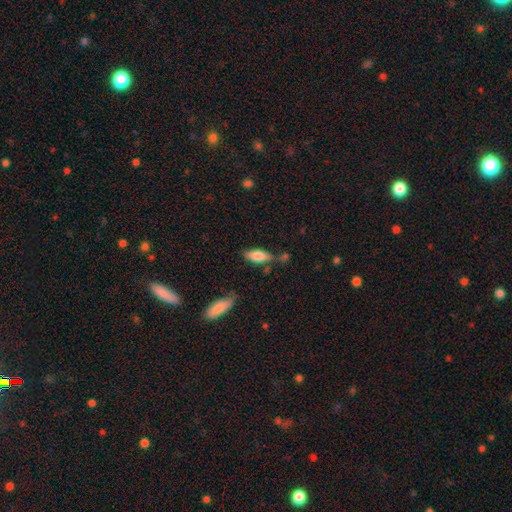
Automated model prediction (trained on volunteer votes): Smooth or featured?
  - smooth: 77% *
  - featured or disk: 16%
  - star or artifact: 6%
How rounded?
  - in between: 76% *
  - cigar-shaped: 22%
  - round: 2%
Merging?
  - none: 61% *
  - minor disturbance: 23%
  - merger: 10%
  - major disturbance: 6%